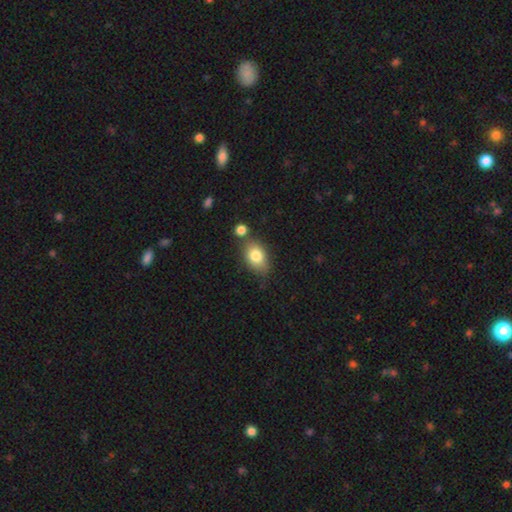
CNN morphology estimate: Smooth or featured? Predicted: smooth (p=0.80). How rounded? Predicted: in between (p=0.84). Merging? Predicted: none (p=0.66).